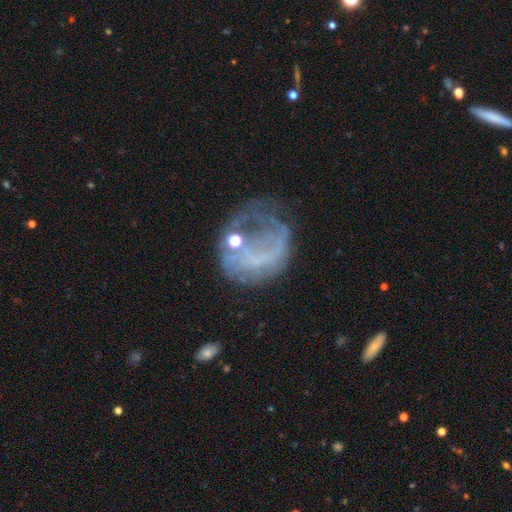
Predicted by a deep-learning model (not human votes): Smooth or featured? featured or disk (60%)
Edge-on disk? no (98%)
Bar? no (67%)
Spiral arms? no (60%)
Bulge size? none (66%)
Merging? major disturbance (43%)